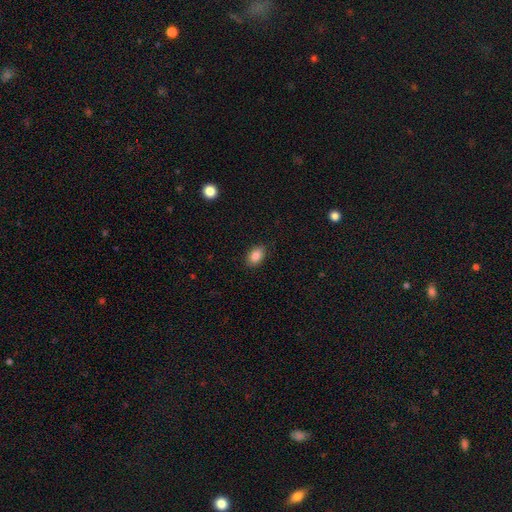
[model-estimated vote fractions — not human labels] Morphology: type=smooth (87%); roundness=in between (86%); merging=none (85%).